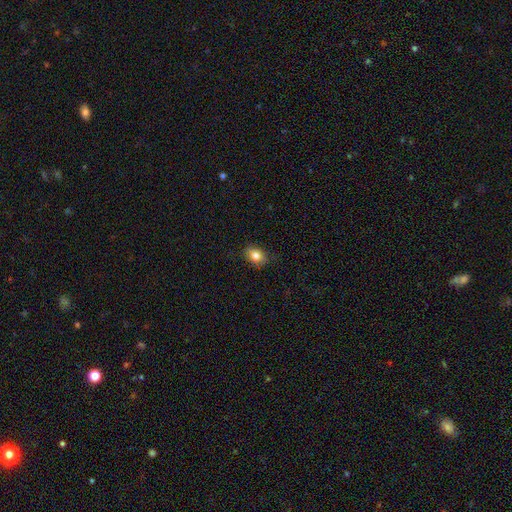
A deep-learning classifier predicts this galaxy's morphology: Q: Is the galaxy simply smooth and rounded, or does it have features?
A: smooth — 83%.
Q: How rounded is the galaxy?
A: in between — 73%.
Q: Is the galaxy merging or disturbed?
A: none — 84%.